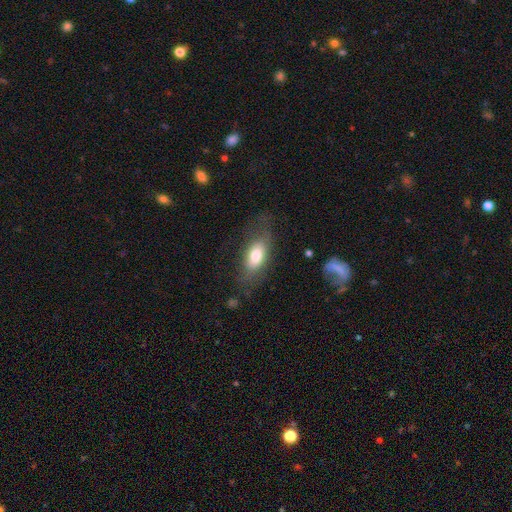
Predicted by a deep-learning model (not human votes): Q: Smooth or featured?
A: smooth (72%); runner-up: featured or disk (21%)
Q: How rounded?
A: in between (84%); runner-up: cigar-shaped (12%)
Q: Merging?
A: none (64%); runner-up: minor disturbance (21%)